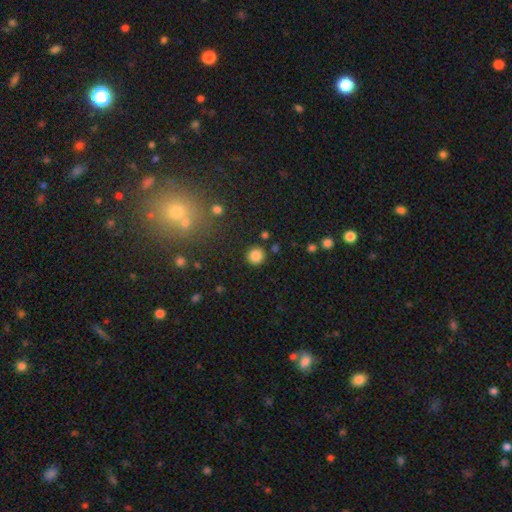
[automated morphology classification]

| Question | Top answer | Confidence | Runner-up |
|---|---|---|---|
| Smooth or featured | smooth | 85% | star or artifact (11%) |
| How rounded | round | 93% | in between (6%) |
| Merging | none | 89% | minor disturbance (6%) |